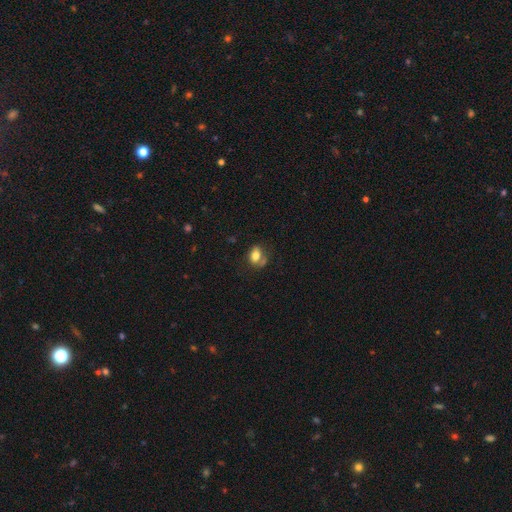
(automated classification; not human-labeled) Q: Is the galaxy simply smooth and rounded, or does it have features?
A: smooth — 76%.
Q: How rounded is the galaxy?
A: in between — 70%.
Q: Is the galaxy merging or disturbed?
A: none — 48%.